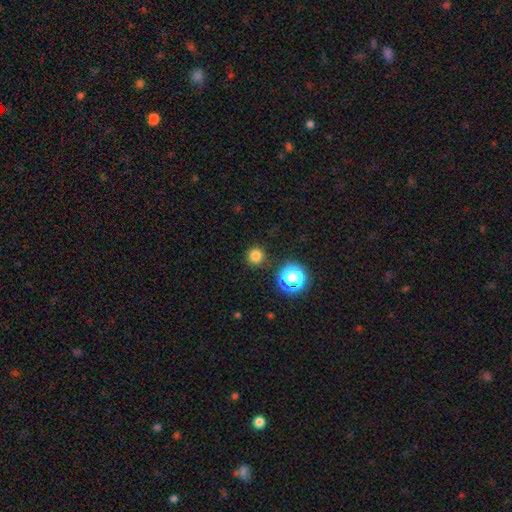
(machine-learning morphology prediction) A smooth galaxy with no disk features (77%) that is round (95%).

Vote fractions:
- Smooth or featured? smooth: 77% / star or artifact: 18% / featured or disk: 5%
- How rounded? round: 95% / in between: 4% / cigar-shaped: 1%
- Merging? none: 90% / minor disturbance: 6% / major disturbance: 2% / merger: 2%